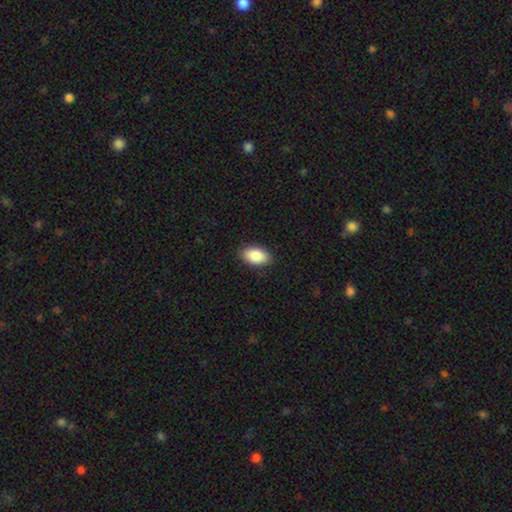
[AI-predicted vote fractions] A smooth galaxy with no disk features (89%) that is in between round and cigar-shaped (93%). Merging: none (88%).